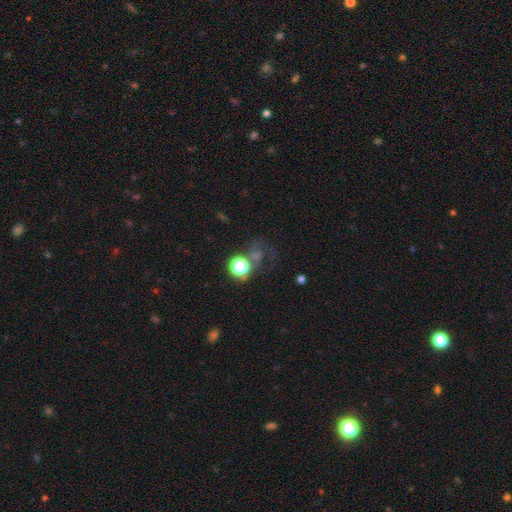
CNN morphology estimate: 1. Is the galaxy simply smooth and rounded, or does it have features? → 44% star or artifact, 39% smooth, 17% featured or disk.